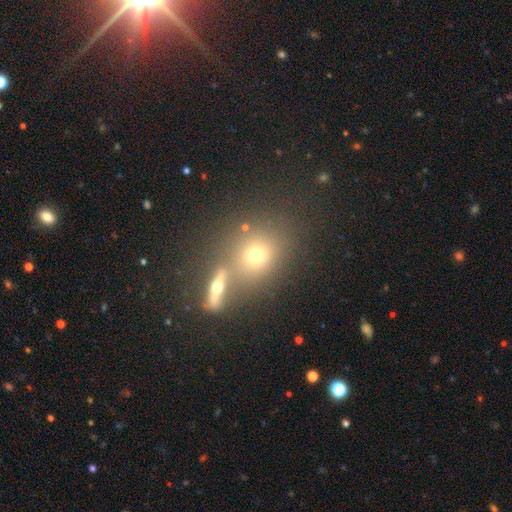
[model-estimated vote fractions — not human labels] Q: Smooth or featured?
A: smooth (60%); runner-up: star or artifact (21%)
Q: How rounded?
A: round (71%); runner-up: in between (26%)
Q: Merging?
A: none (53%); runner-up: merger (33%)